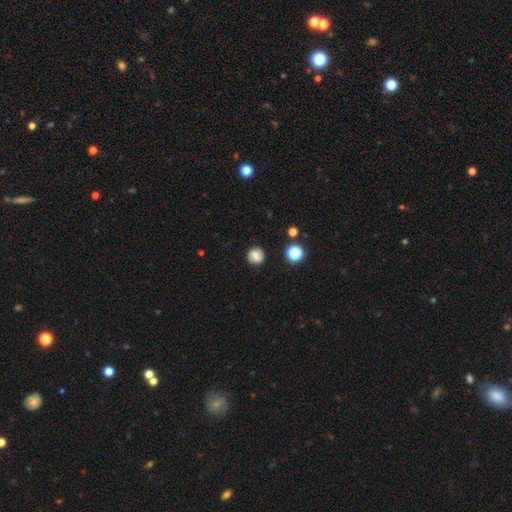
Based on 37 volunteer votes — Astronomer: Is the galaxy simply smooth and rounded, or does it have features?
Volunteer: smooth — 70%.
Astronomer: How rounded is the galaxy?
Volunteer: round — 92%.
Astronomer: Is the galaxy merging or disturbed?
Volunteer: none — 86%.